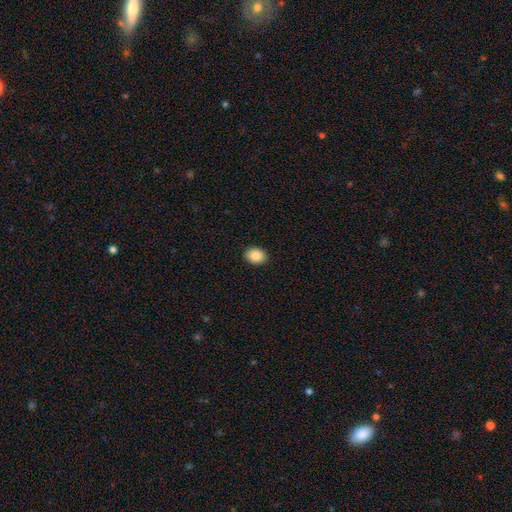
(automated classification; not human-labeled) This is clearly a smooth galaxy (88%). How rounded: likely in between (68%). Merging: clearly none (90%).